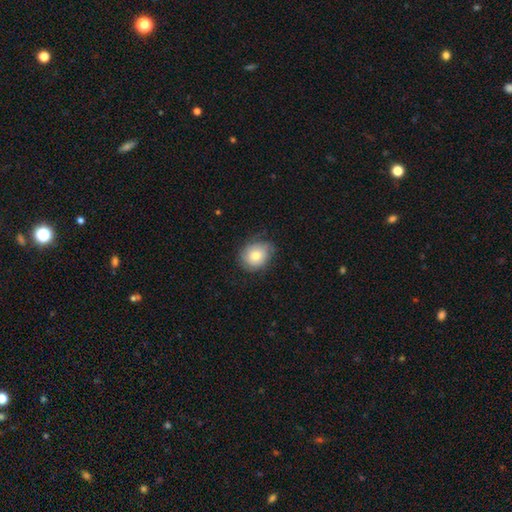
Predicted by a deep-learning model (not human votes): smooth_or_featured: smooth (p=0.69) [alt: featured or disk p=0.23]
how_rounded: round (p=0.73) [alt: in between p=0.26]
merging: none (p=0.69) [alt: minor disturbance p=0.23]